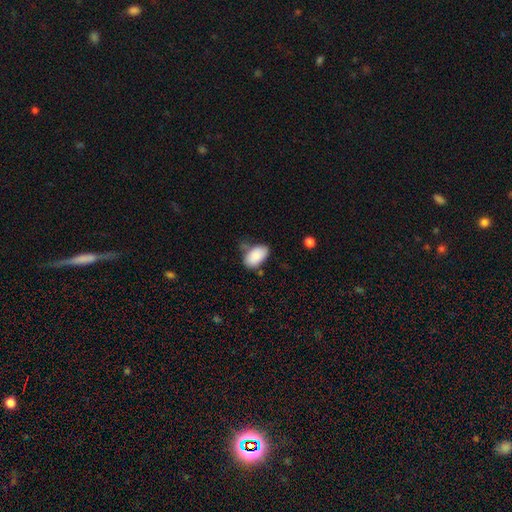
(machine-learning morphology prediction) Smooth or featured: smooth — 88% (star or artifact — 7%)
How rounded: in between — 94% (round — 5%)
Merging: none — 60% (minor disturbance — 26%)